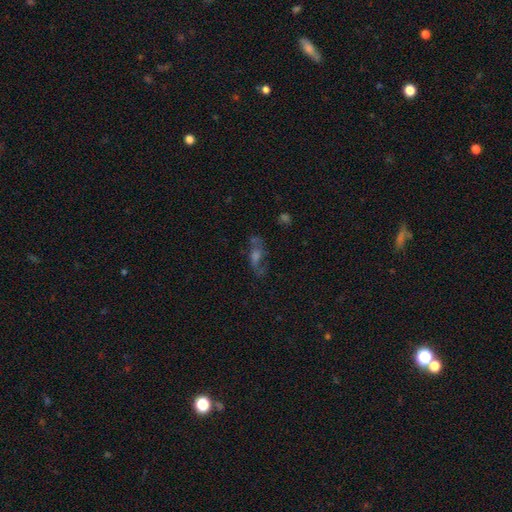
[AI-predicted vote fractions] Morphology: type=featured or disk (53%); edge-on=no (72%); merging=none (66%).